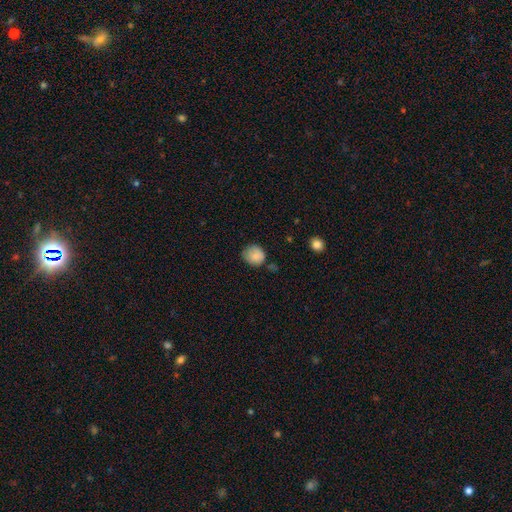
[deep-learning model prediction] Smooth or featured: smooth — 84% (star or artifact — 9%)
How rounded: round — 81% (in between — 18%)
Merging: none — 65% (minor disturbance — 27%)